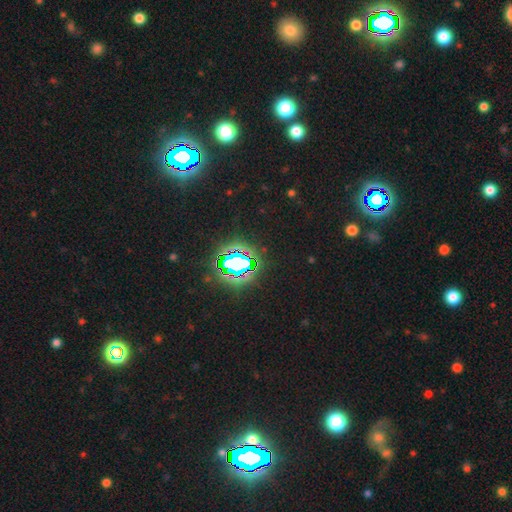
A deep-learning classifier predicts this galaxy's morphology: Smooth or featured?
  - star or artifact: 81% *
  - smooth: 12%
  - featured or disk: 7%